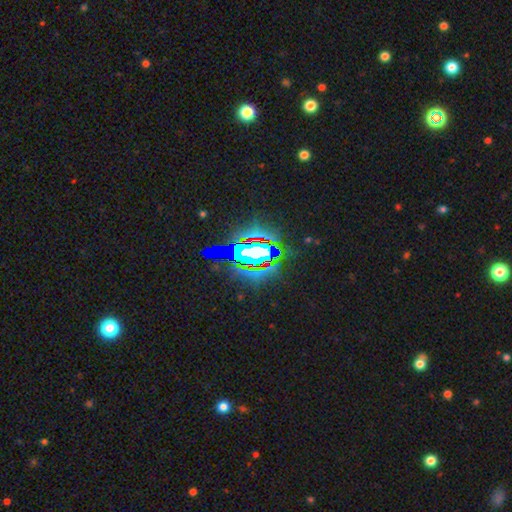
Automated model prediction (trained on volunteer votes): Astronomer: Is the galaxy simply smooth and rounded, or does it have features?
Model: star or artifact — 68%.